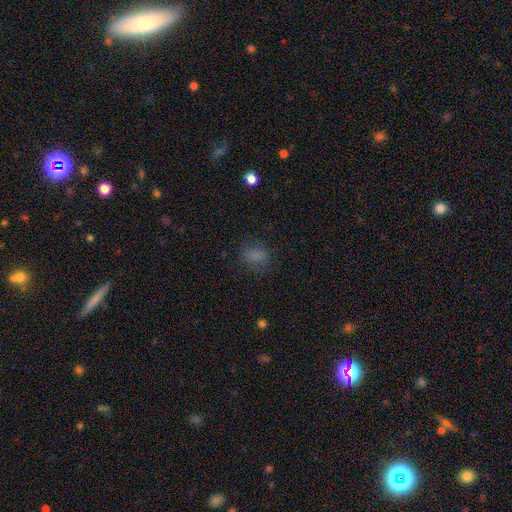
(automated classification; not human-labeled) Smooth or featured: smooth — 78% (star or artifact — 15%)
How rounded: in between — 62% (round — 36%)
Merging: none — 76% (minor disturbance — 16%)